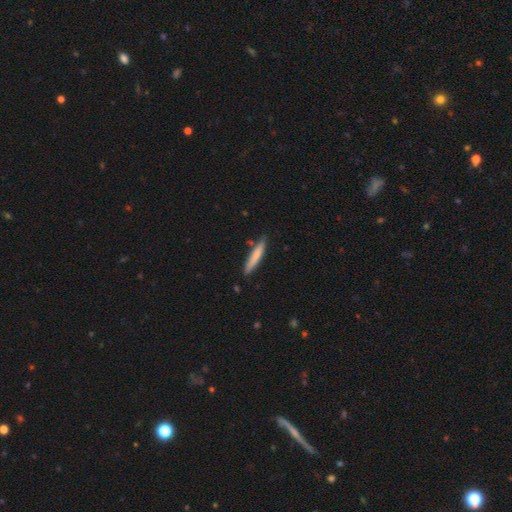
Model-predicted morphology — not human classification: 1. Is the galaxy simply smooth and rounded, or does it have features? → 76% smooth, 19% featured or disk, 6% star or artifact.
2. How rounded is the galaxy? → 92% cigar-shaped, 7% in between, 1% round.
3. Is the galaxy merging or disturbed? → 83% none, 12% minor disturbance, 3% merger, 2% major disturbance.